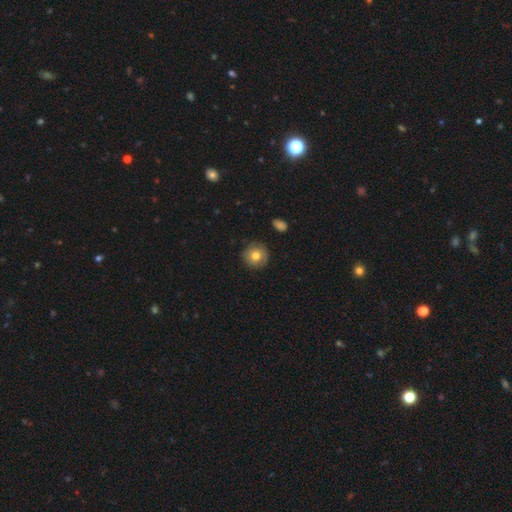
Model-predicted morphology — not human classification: smooth-or-featured: smooth: 70% | featured or disk: 21% | star or artifact: 9%
  how-rounded: round: 93% | in between: 6% | cigar-shaped: 1%
  merging: none: 84% | minor disturbance: 12% | major disturbance: 3% | merger: 1%